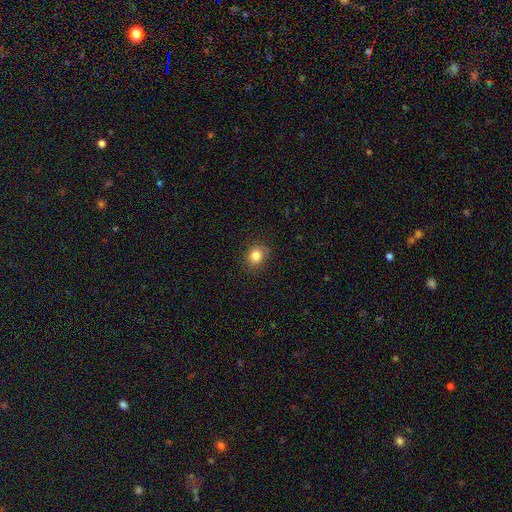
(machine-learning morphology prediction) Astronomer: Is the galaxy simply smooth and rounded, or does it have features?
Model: smooth — 83%.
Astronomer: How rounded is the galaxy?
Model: round — 73%.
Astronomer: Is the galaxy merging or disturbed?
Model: none — 83%.